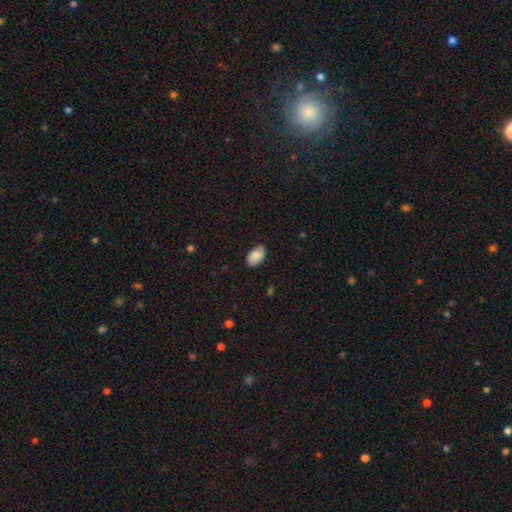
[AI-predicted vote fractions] A smooth galaxy with no disk features (86%) that is in between round and cigar-shaped (92%). Merging: none (84%).